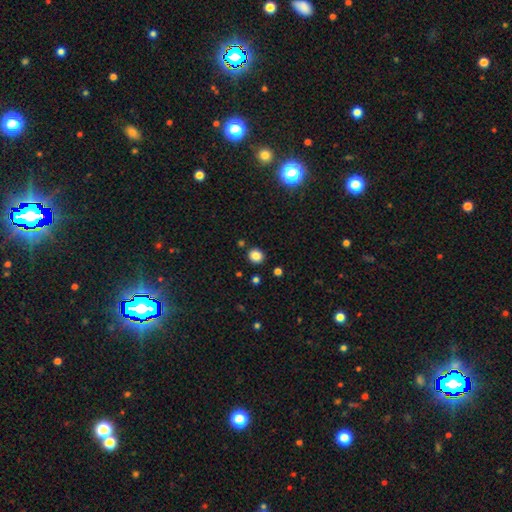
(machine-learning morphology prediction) A smooth galaxy with no disk features (84%) that is round (81%). Merging: none (87%).